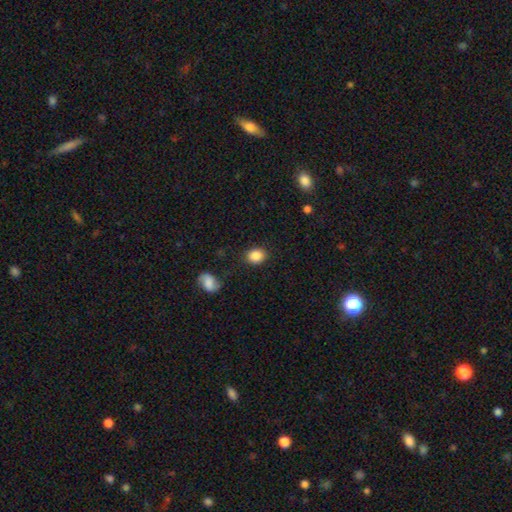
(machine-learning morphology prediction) smooth_or_featured: smooth (p=0.87) [alt: star or artifact p=0.08]
how_rounded: round (p=0.54) [alt: in between p=0.45]
merging: none (p=0.84) [alt: minor disturbance p=0.11]